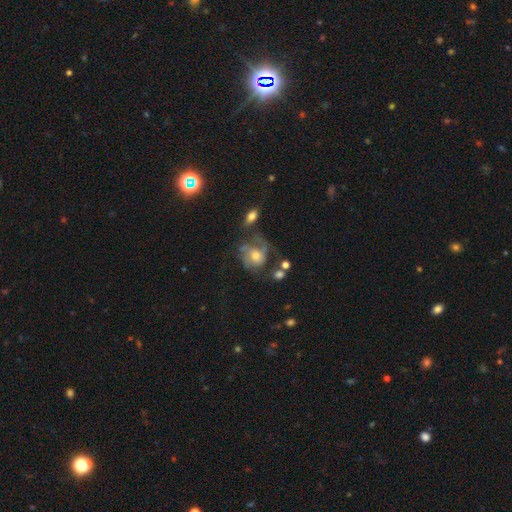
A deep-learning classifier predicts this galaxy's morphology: featured or disk 62%, smooth 27%, star or artifact 10%. Down the decision tree: edge-on disk — no (97%); bar — no (76%); spiral arms — yes (77%); bulge size — moderate (58%); merging — none (36%).